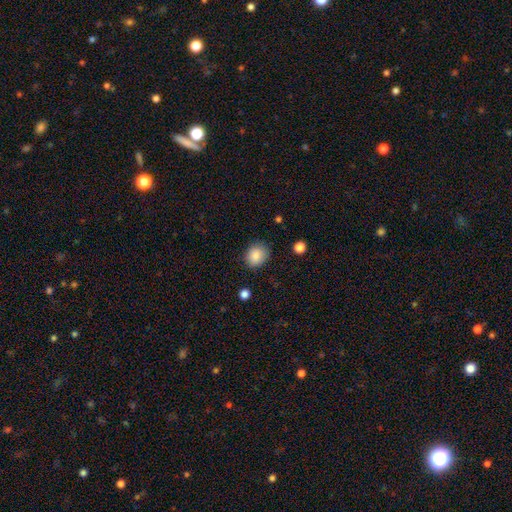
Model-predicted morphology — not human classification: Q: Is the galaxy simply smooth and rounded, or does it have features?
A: smooth — 87%.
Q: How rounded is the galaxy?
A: round — 61%.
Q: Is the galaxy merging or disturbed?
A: none — 83%.